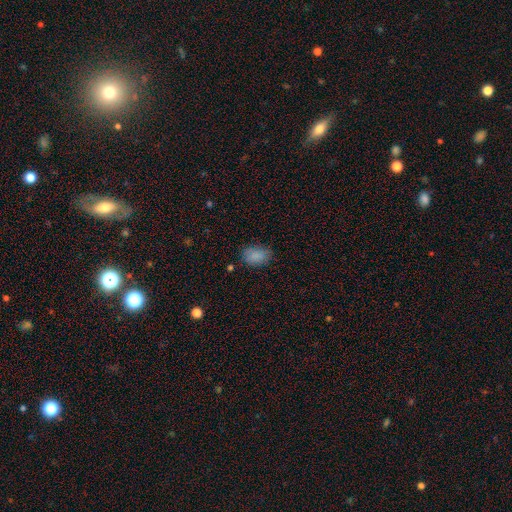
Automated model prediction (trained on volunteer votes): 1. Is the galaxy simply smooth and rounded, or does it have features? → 85% smooth, 9% star or artifact, 6% featured or disk.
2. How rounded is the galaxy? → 81% in between, 17% round, 1% cigar-shaped.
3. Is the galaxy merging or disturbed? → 77% none, 17% minor disturbance, 4% major disturbance, 2% merger.